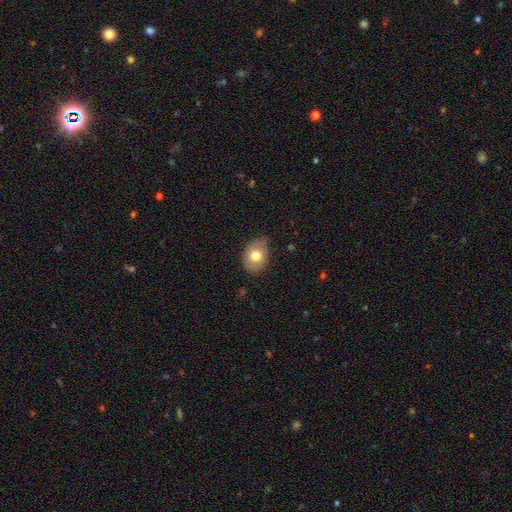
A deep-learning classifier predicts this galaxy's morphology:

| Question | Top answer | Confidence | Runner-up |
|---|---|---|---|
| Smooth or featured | smooth | 75% | featured or disk (16%) |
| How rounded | in between | 64% | round (35%) |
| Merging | none | 68% | minor disturbance (26%) |